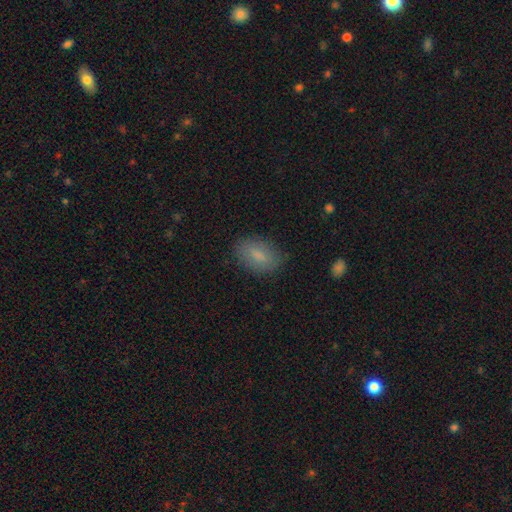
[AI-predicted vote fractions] A smooth galaxy with no disk features (77%) that is in between round and cigar-shaped (88%). Merging: none (84%).